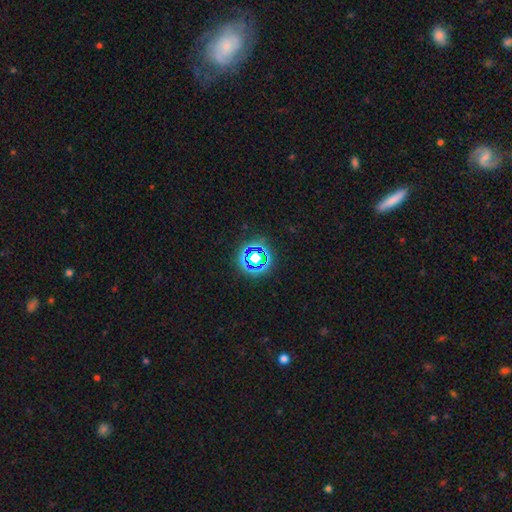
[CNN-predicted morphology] This appears to be a star or artifact, not a galaxy (62%).